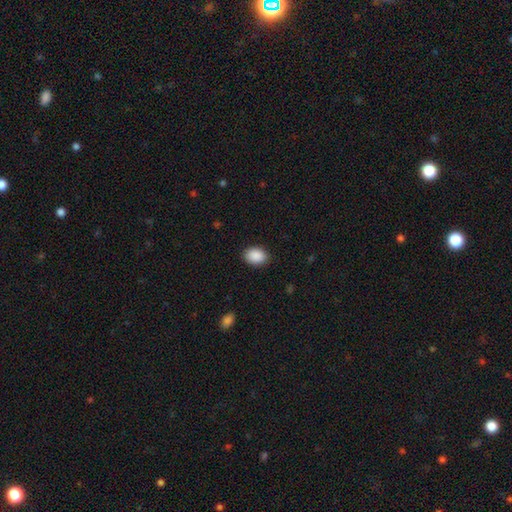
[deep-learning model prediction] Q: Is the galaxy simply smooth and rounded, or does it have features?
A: smooth — 90%.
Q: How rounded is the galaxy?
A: in between — 79%.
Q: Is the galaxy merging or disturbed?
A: none — 88%.